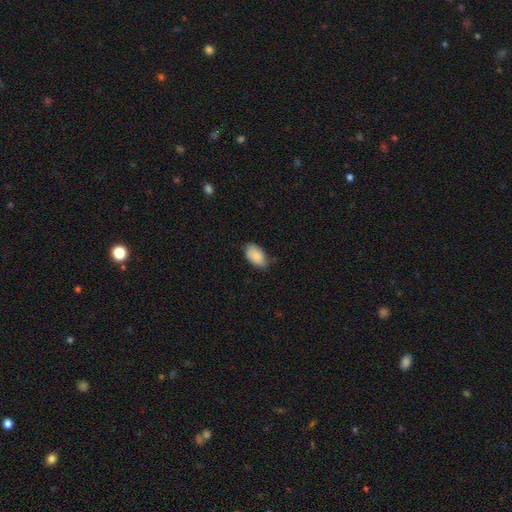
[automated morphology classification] smooth_or_featured: smooth (p=0.88) [alt: star or artifact p=0.07]
how_rounded: in between (p=0.94) [alt: round p=0.05]
merging: none (p=0.67) [alt: minor disturbance p=0.27]